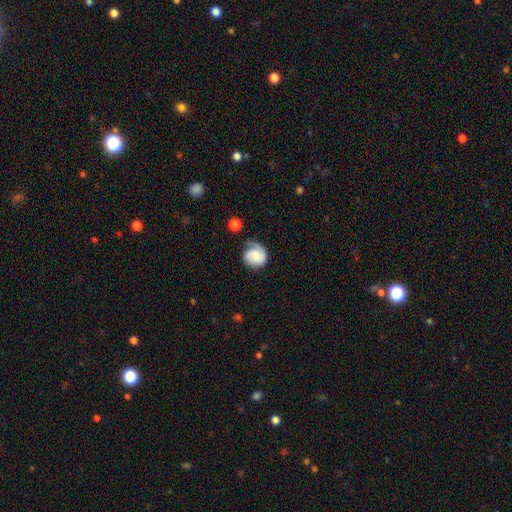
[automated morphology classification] type=featured or disk (49%); merging=none (52%).